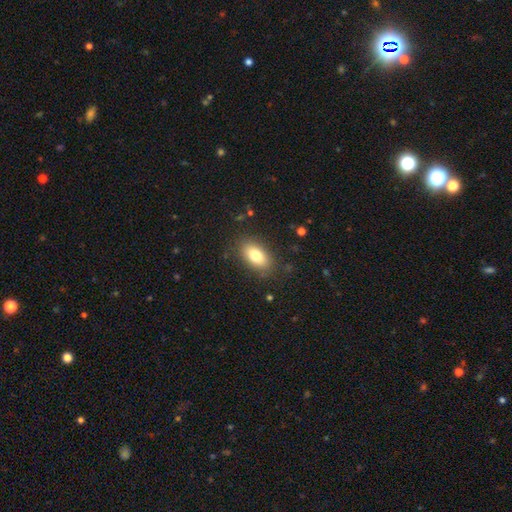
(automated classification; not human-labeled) Smooth or featured? smooth (81%)
How rounded? in between (90%)
Merging? none (84%)